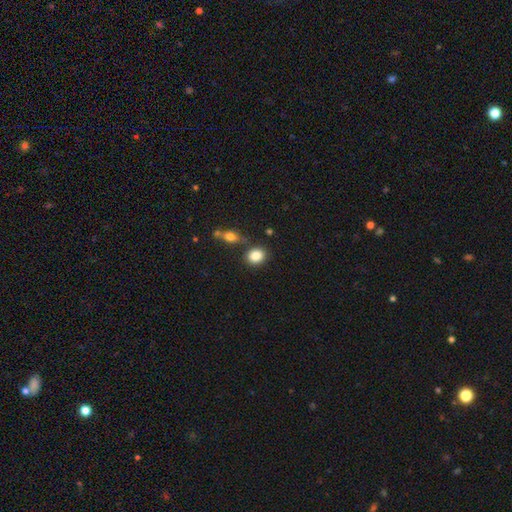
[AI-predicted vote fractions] The model was most divided on "how rounded": round: 54%, in between: 44%, cigar-shaped: 1%. More confident: smooth or featured — smooth (86%); merging — none (77%).